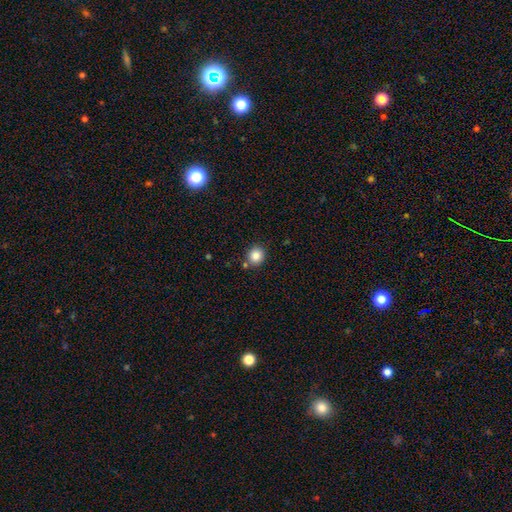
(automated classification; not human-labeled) smooth-or-featured: smooth: 85% | star or artifact: 10% | featured or disk: 5%
  how-rounded: round: 81% | in between: 19% | cigar-shaped: 1%
  merging: none: 81% | minor disturbance: 9% | merger: 7% | major disturbance: 3%